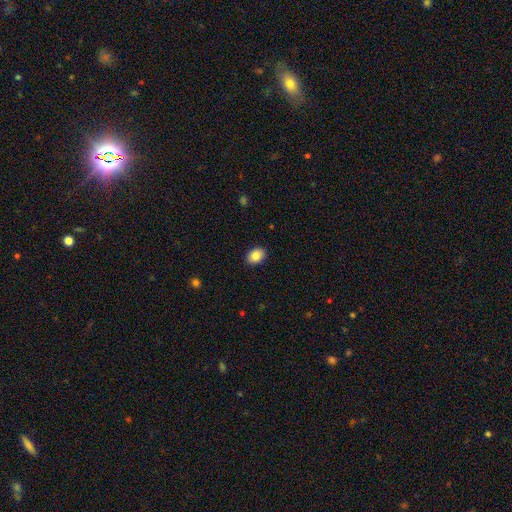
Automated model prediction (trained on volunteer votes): Smooth or featured? smooth (86%)
How rounded? in between (72%)
Merging? none (90%)